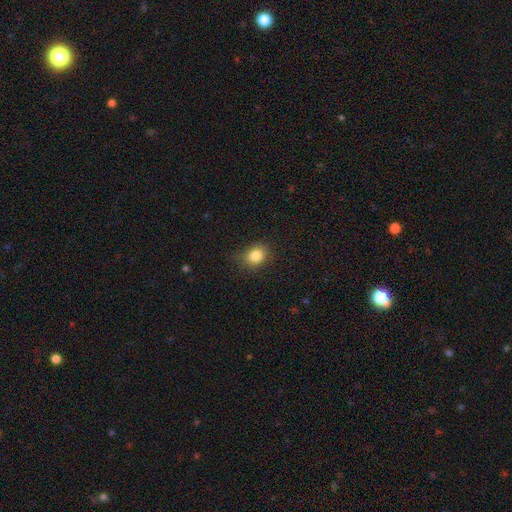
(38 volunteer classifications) Morphology: type=smooth (82%); roundness=round (48%, tied with in between); merging=none (76%).